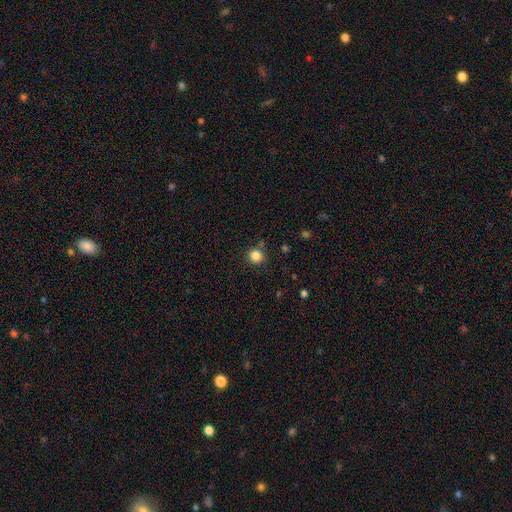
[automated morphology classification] This is clearly a smooth galaxy (84%). How rounded: clearly round (89%). Merging: clearly none (82%).